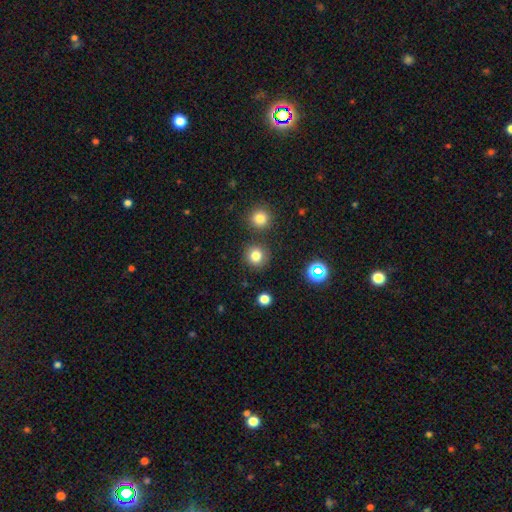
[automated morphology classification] type=smooth (80%); roundness=round (92%); merging=none (85%).